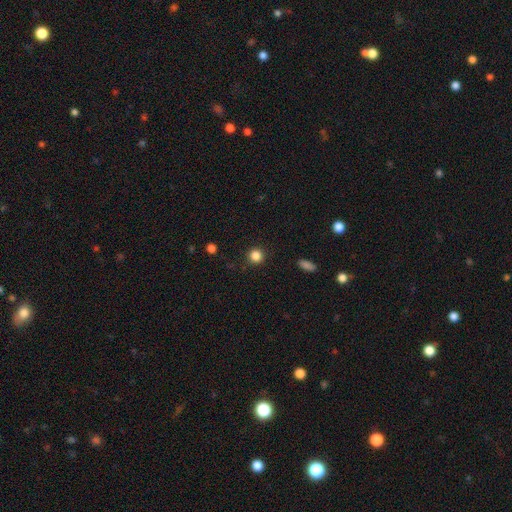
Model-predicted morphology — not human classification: The model was most divided on "smooth or featured": smooth: 85%, star or artifact: 11%, featured or disk: 3%. More confident: how rounded — round (92%); merging — none (89%).